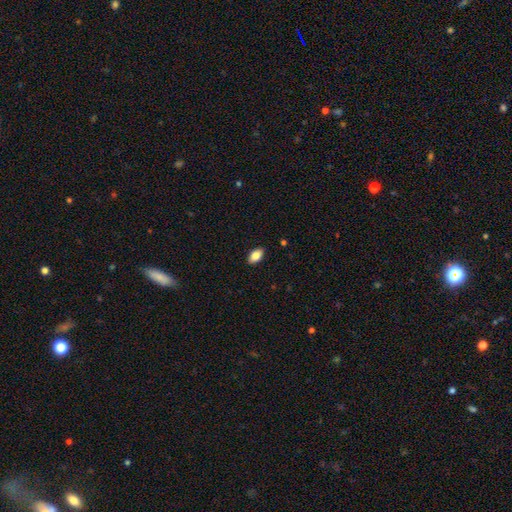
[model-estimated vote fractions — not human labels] This is clearly a smooth galaxy (84%). How rounded: clearly in between (92%). Merging: clearly none (88%).